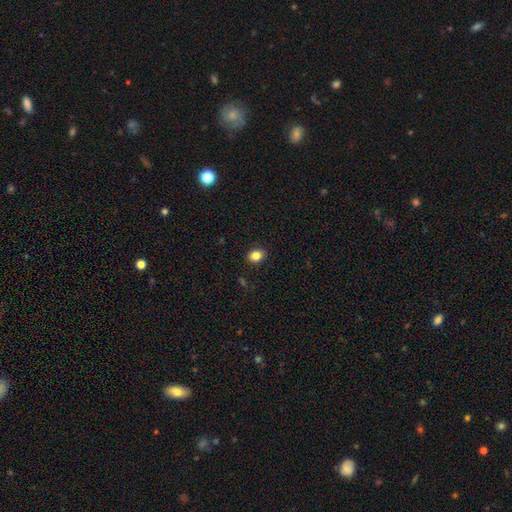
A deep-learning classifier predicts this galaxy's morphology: Smooth or featured? Predicted: smooth (p=0.84). How rounded? Predicted: in between (p=0.60). Merging? Predicted: none (p=0.89).